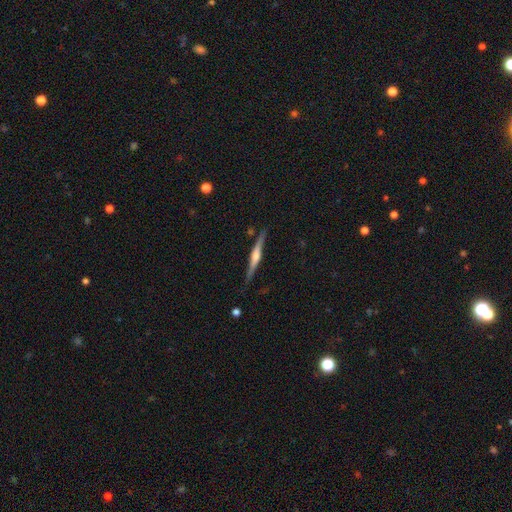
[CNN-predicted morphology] Smooth or featured? Predicted: featured or disk (p=0.75). Edge-on disk? Predicted: yes (p=0.98). Edge-on bulge? Predicted: rounded (p=0.80). Merging? Predicted: none (p=0.87).